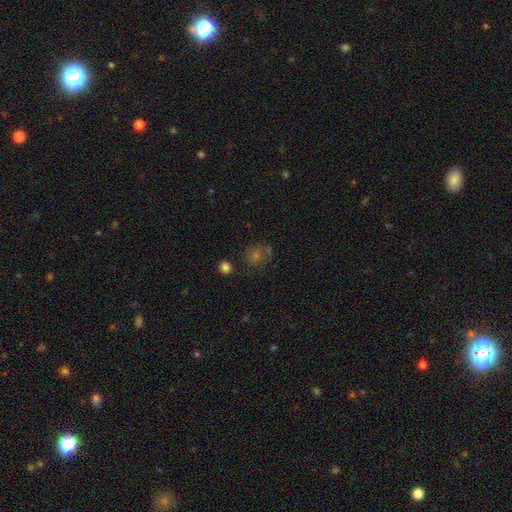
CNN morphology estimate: smooth 53%, star or artifact 31%, featured or disk 17%. Down the decision tree: how rounded — round (77%); merging — none (67%).